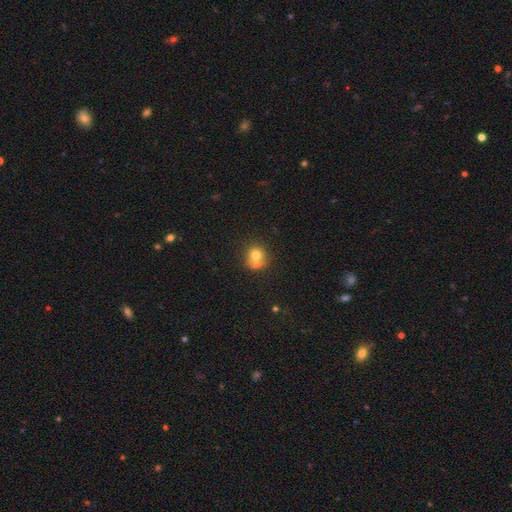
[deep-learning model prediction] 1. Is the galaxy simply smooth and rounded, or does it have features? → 67% smooth, 19% featured or disk, 14% star or artifact.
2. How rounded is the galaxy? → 78% round, 21% in between, 1% cigar-shaped.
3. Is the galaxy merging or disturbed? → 46% none, 23% merger, 18% minor disturbance, 13% major disturbance.